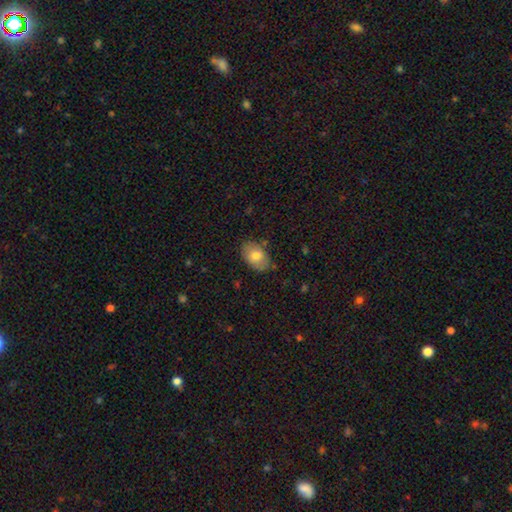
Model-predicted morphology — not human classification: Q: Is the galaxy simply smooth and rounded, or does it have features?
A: smooth — 76%.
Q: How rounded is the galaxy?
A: in between — 88%.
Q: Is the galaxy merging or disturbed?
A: none — 79%.